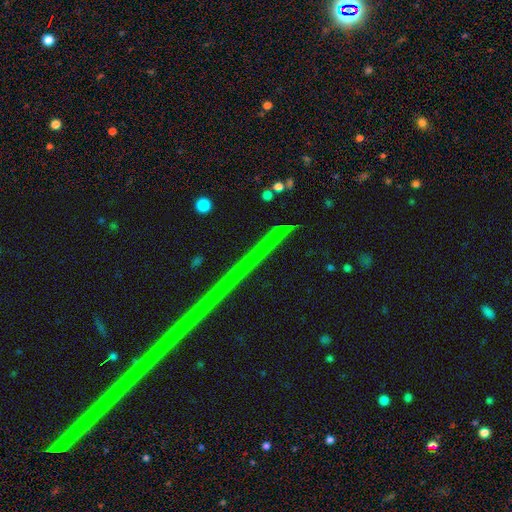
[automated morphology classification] Smooth or featured: star or artifact — 84% (featured or disk — 10%)